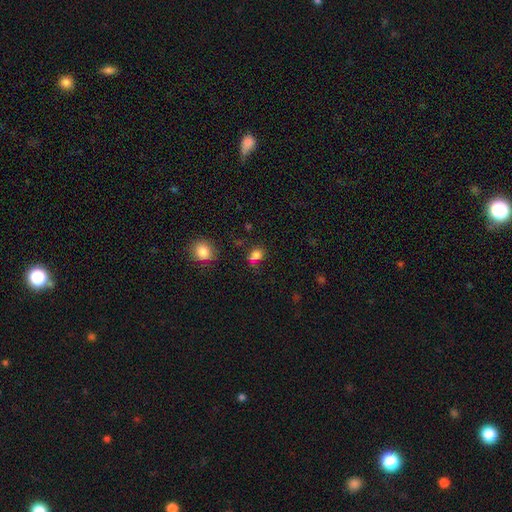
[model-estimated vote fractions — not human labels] A smooth galaxy with no disk features (76%) that is round (68%).

Vote fractions:
- Smooth or featured? smooth: 76% / star or artifact: 17% / featured or disk: 7%
- How rounded? round: 68% / in between: 31% / cigar-shaped: 1%
- Merging? none: 51% / merger: 22% / minor disturbance: 17% / major disturbance: 9%